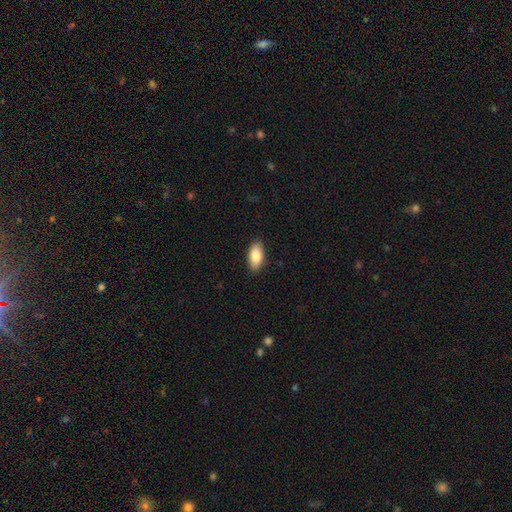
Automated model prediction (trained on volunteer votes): Smooth or featured? smooth (86%)
How rounded? in between (92%)
Merging? none (89%)